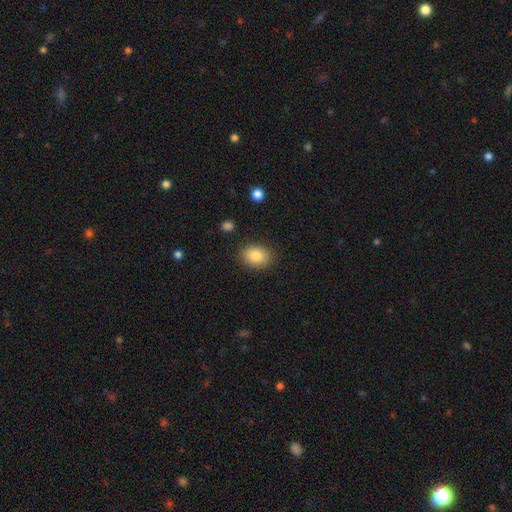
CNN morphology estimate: Smooth or featured: smooth — 84% (star or artifact — 8%)
How rounded: in between — 73% (round — 26%)
Merging: none — 86% (minor disturbance — 10%)